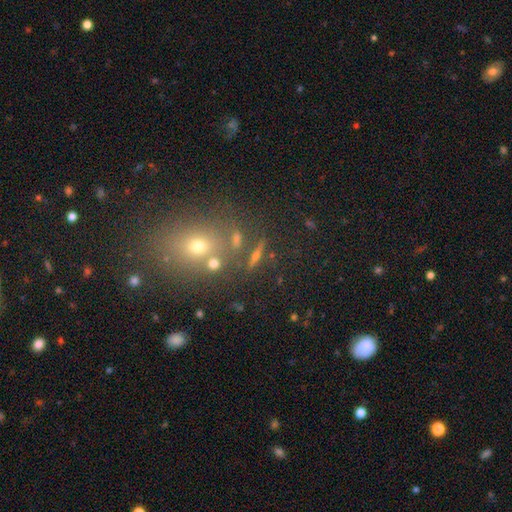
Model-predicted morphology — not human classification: smooth_or_featured: featured or disk (p=0.39) [alt: smooth p=0.35]
merging: none (p=0.75) [alt: merger p=0.10]